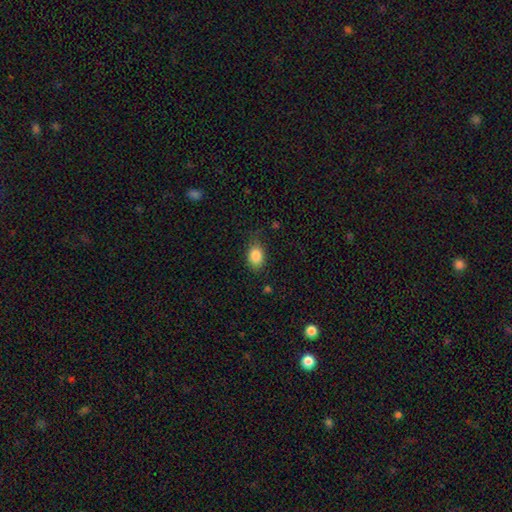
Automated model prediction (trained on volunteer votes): This is clearly a smooth galaxy (86%). How rounded: likely in between (75%). Merging: likely none (75%).